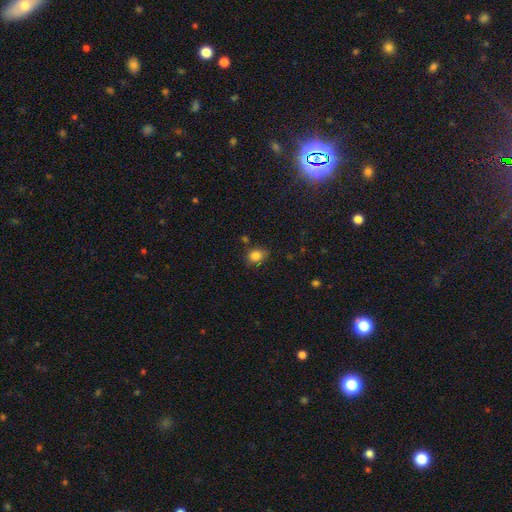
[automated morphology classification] Smooth or featured? smooth (83%)
How rounded? round (57%)
Merging? none (72%)